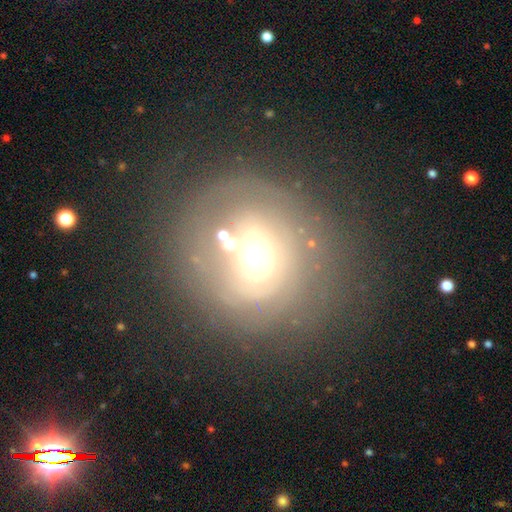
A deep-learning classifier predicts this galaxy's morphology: A featured or disk galaxy (49%). Merging: none (61%).